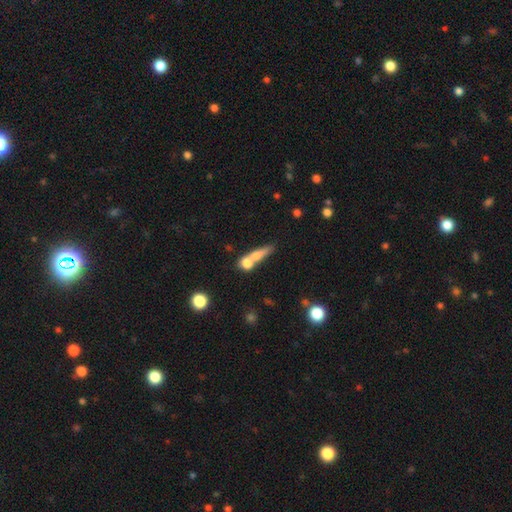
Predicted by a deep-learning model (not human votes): smooth-or-featured: smooth: 64% | featured or disk: 26% | star or artifact: 10%
  how-rounded: cigar-shaped: 59% | in between: 24% | round: 18%
  merging: merger: 48% | none: 34% | minor disturbance: 11% | major disturbance: 7%